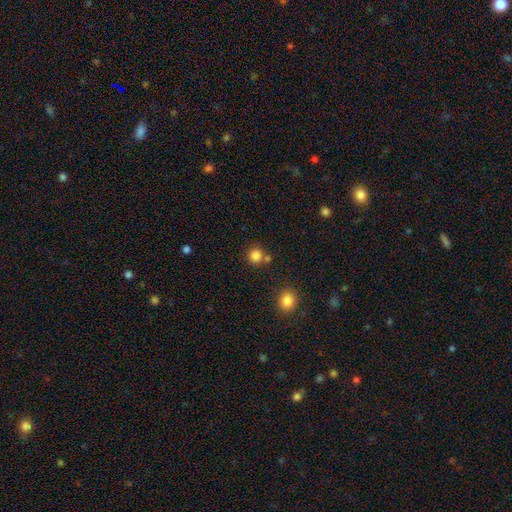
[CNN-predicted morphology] Overall: smooth (84%). How rounded: round (92%). Merging: none (76%).